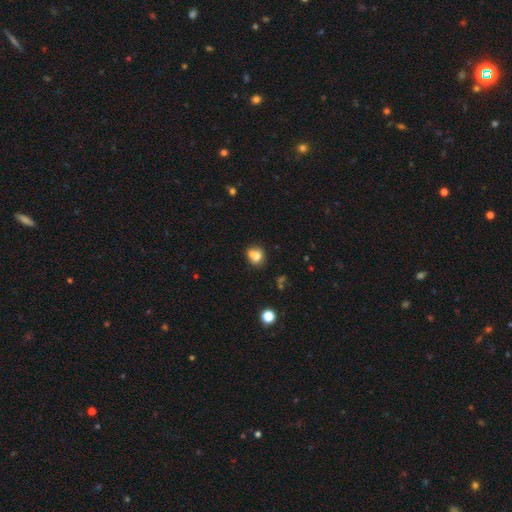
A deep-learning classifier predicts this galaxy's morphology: This is likely a smooth galaxy (72%). How rounded: likely round (66%). Merging: marginally merger (42%).